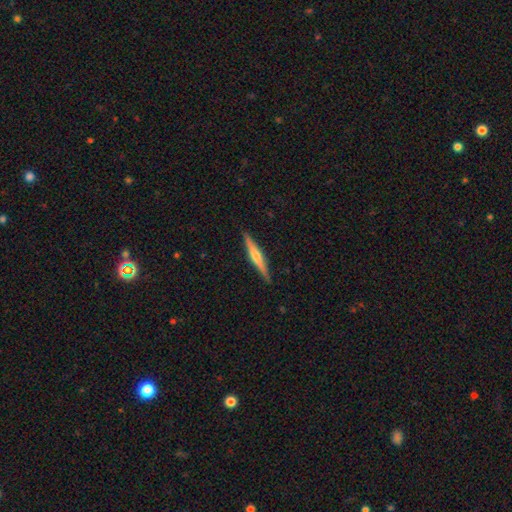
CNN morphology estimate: Q: Smooth or featured?
A: featured or disk (62%); runner-up: smooth (33%)
Q: Edge-on disk?
A: yes (97%); runner-up: no (3%)
Q: Edge-on bulge?
A: rounded (74%); runner-up: none (16%)
Q: Merging?
A: none (90%); runner-up: minor disturbance (7%)